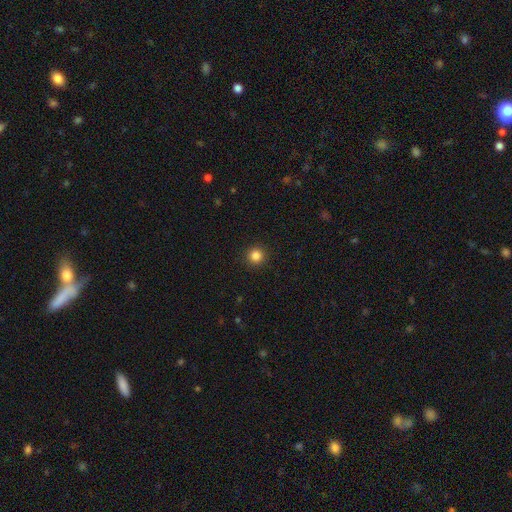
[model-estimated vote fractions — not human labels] smooth_or_featured: smooth (p=0.84) [alt: star or artifact p=0.12]
how_rounded: round (p=0.95) [alt: in between p=0.04]
merging: none (p=0.93) [alt: minor disturbance p=0.05]